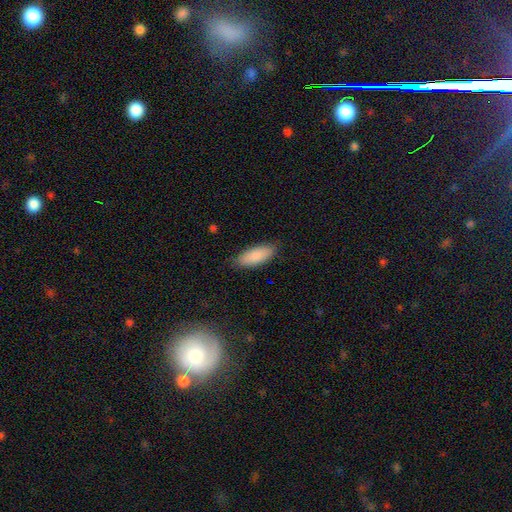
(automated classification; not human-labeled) smooth_or_featured: smooth (p=0.89) [alt: featured or disk p=0.06]
how_rounded: in between (p=0.74) [alt: cigar-shaped p=0.24]
merging: none (p=0.85) [alt: minor disturbance p=0.11]